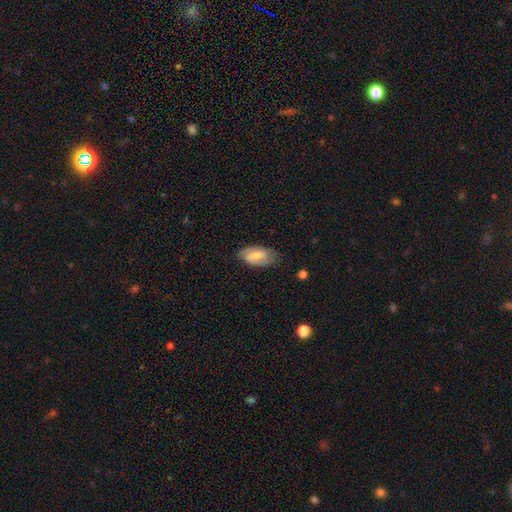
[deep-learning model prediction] smooth_or_featured: smooth (p=0.59) [alt: featured or disk p=0.34]
how_rounded: in between (p=0.93) [alt: round p=0.03]
merging: none (p=0.74) [alt: minor disturbance p=0.21]